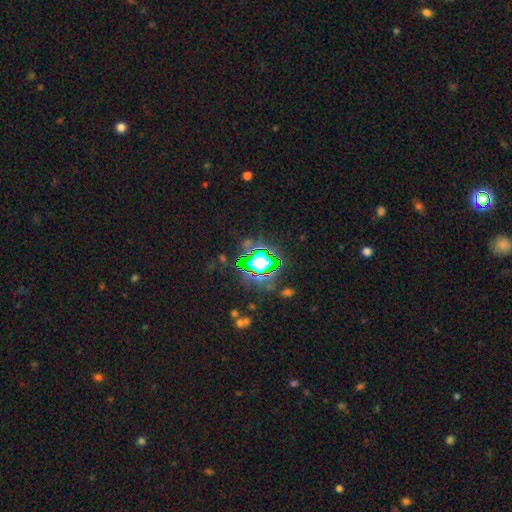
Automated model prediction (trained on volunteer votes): Smooth or featured?
  - star or artifact: 80% *
  - smooth: 12%
  - featured or disk: 8%